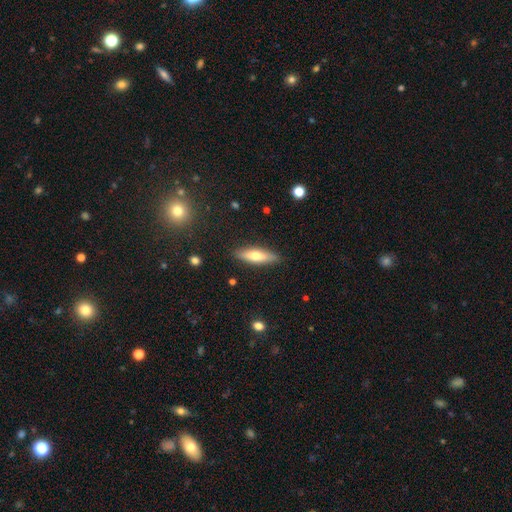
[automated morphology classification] Smooth or featured? smooth (62%)
How rounded? cigar-shaped (61%)
Merging? none (88%)